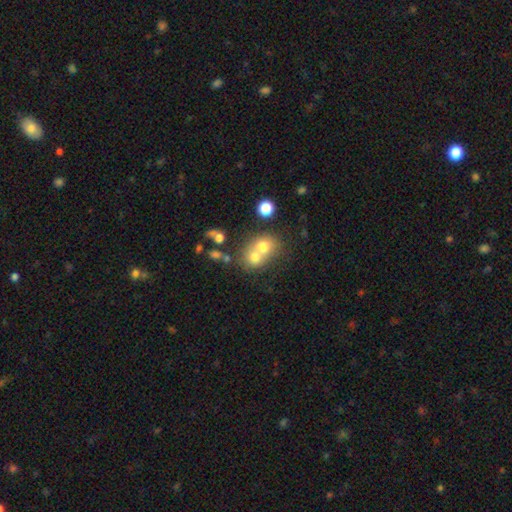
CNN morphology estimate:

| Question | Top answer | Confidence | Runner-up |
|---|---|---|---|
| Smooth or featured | smooth | 65% | featured or disk (21%) |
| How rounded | round | 72% | in between (27%) |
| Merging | merger | 64% | none (27%) |